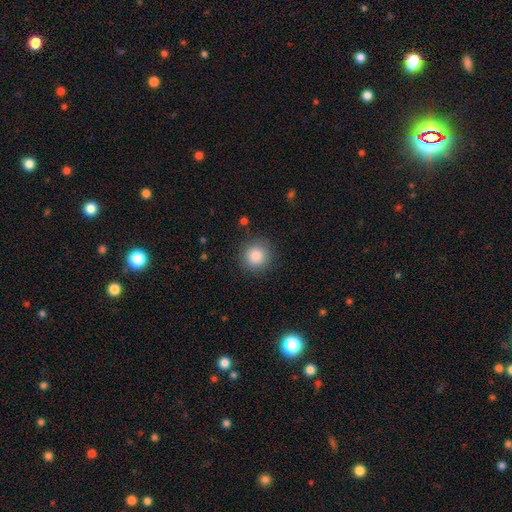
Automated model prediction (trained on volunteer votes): Overall: smooth (87%). How rounded: round (93%). Merging: none (89%).